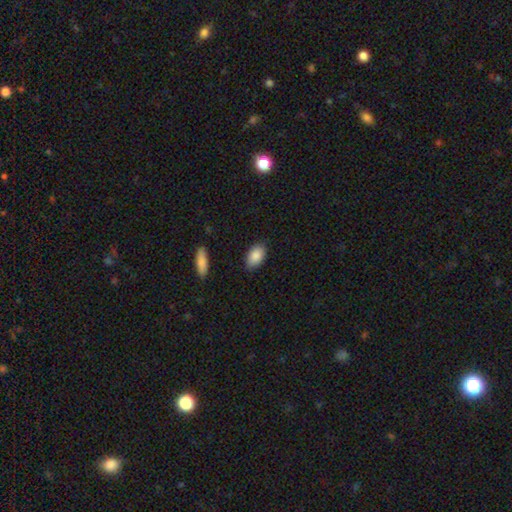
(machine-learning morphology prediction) smooth 88%, star or artifact 6%, featured or disk 6%. Down the decision tree: how rounded — in between (93%); merging — none (85%).